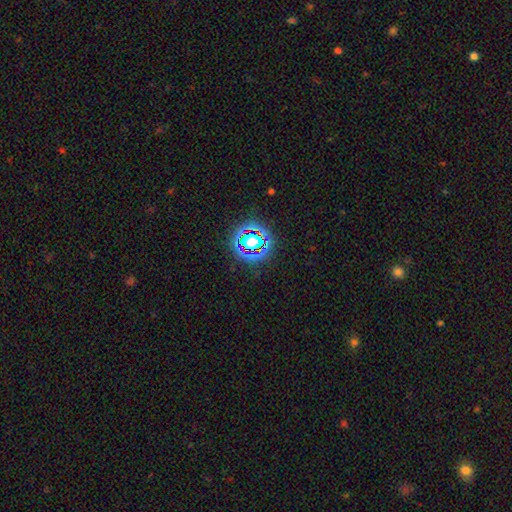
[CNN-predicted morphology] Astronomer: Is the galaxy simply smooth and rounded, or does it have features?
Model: star or artifact — 76%.